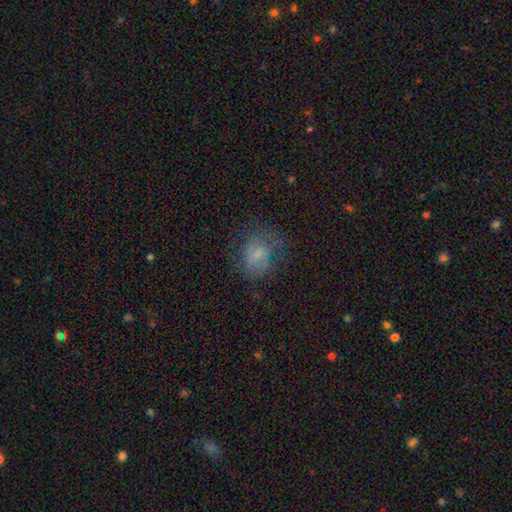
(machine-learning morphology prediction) A smooth galaxy with no disk features (60%) that is round (50%).

Vote fractions:
- Smooth or featured? smooth: 60% / featured or disk: 28% / star or artifact: 13%
- How rounded? round: 50% / in between: 49% / cigar-shaped: 1%
- Merging? none: 56% / minor disturbance: 23% / major disturbance: 19% / merger: 2%